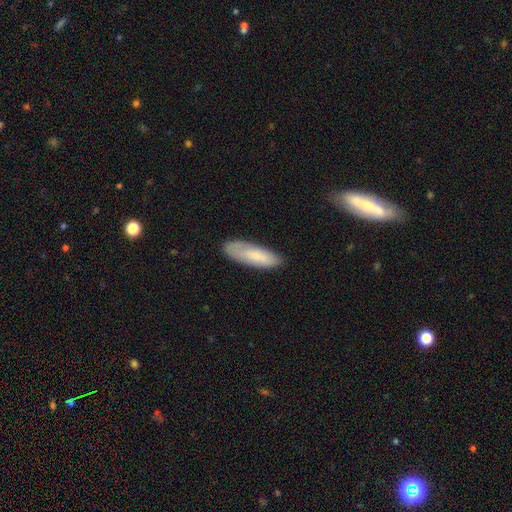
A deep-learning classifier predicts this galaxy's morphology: smooth_or_featured: smooth (p=0.75) [alt: featured or disk p=0.19]
how_rounded: in between (p=0.51) [alt: cigar-shaped p=0.47]
merging: none (p=0.76) [alt: minor disturbance p=0.18]